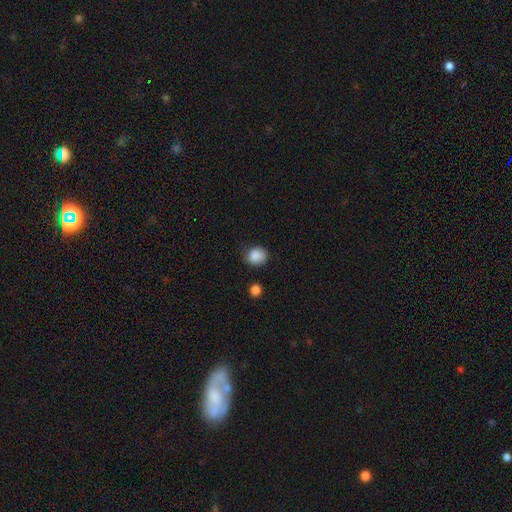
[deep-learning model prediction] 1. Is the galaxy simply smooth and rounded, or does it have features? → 87% smooth, 9% star or artifact, 4% featured or disk.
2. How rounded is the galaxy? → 73% round, 26% in between, 1% cigar-shaped.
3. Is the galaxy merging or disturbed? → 73% none, 20% minor disturbance, 4% major disturbance, 2% merger.